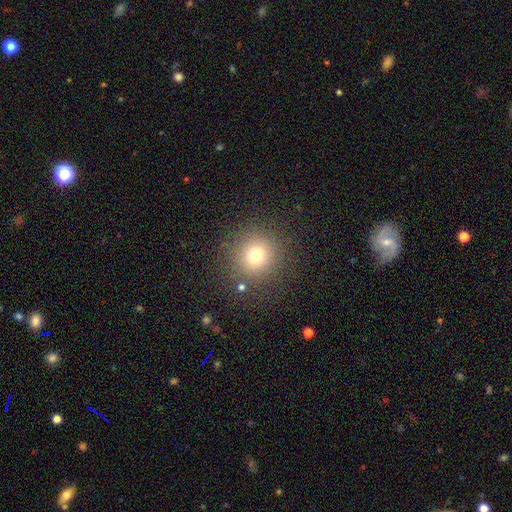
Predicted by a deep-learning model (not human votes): Smooth or featured? Predicted: smooth (p=0.74). How rounded? Predicted: round (p=0.93). Merging? Predicted: none (p=0.87).